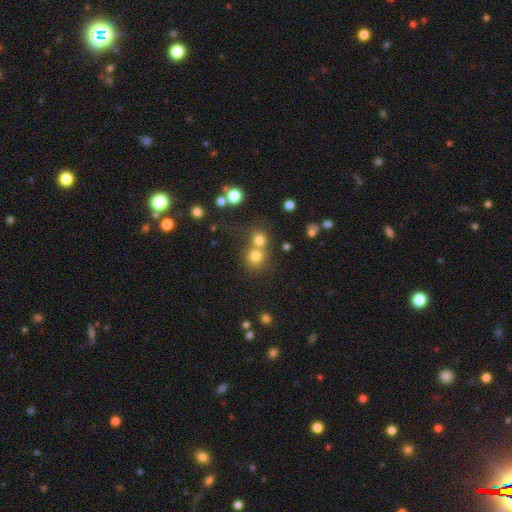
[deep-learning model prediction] The model was most divided on "merging": none: 46%, merger: 44%, minor disturbance: 6%, major disturbance: 3%. More confident: how rounded — round (87%); smooth or featured — smooth (75%).